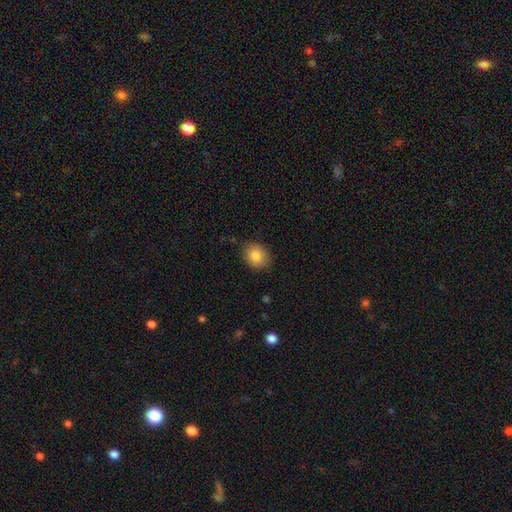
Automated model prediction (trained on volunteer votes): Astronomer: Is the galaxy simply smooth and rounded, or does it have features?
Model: smooth — 83%.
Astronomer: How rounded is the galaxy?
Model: round — 68%.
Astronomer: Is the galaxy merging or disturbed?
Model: none — 87%.